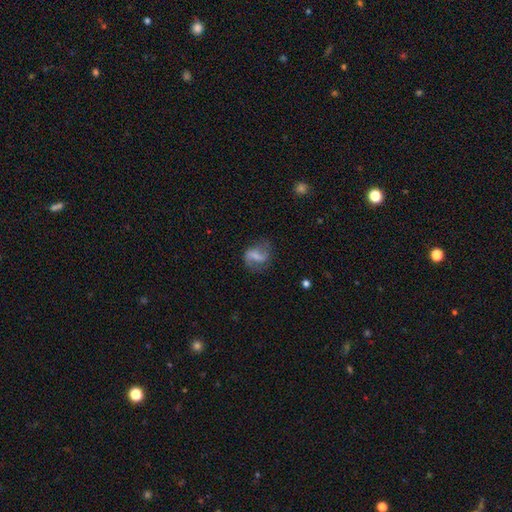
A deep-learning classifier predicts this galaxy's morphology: A featured or disk galaxy (61%) with a weak bar (40%), spiral arms (82%) and no central bulge (45%). Merging: none (61%).